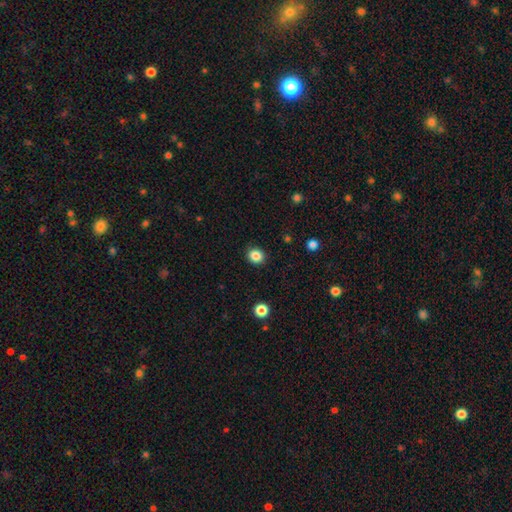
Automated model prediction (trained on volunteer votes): Morphology: type=smooth (85%); roundness=round (77%); merging=none (91%).